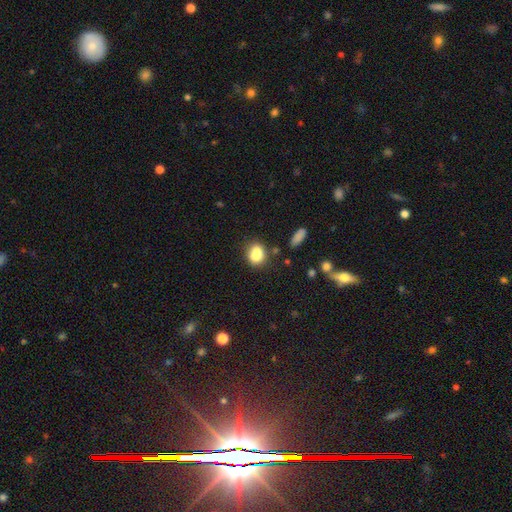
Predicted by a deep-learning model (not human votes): The model was most divided on "how rounded": in between: 55%, round: 44%, cigar-shaped: 2%. More confident: smooth or featured — smooth (85%); merging — none (66%).